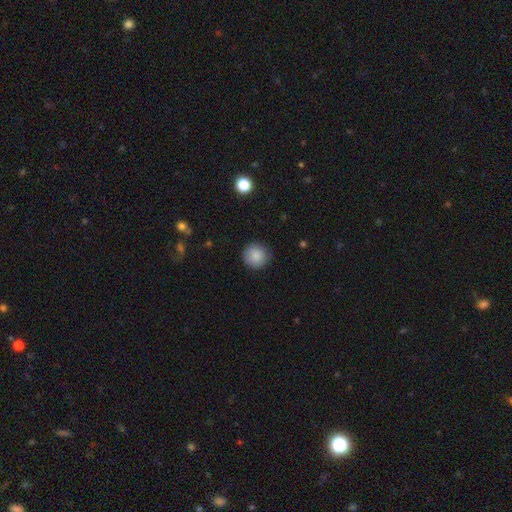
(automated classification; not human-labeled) Overall: smooth (87%). How rounded: round (94%). Merging: none (87%).